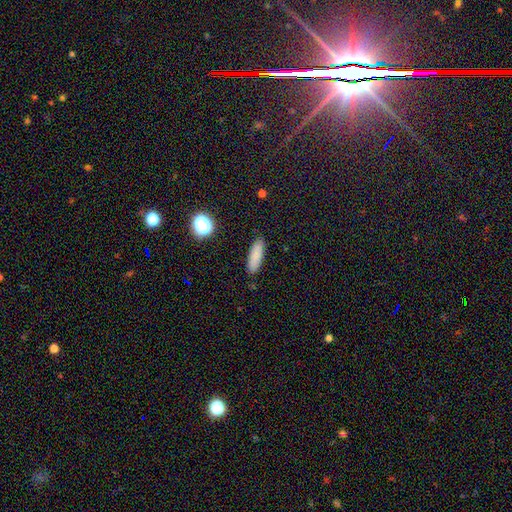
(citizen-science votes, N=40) Smooth or featured? 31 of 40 (78%) said smooth. How rounded? 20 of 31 (65%) said cigar-shaped. Merging? 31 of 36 (86%) said none.